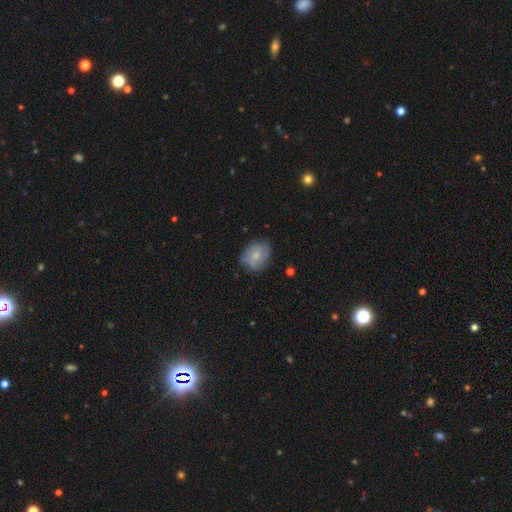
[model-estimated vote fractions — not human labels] Smooth or featured: smooth — 51% (featured or disk — 41%)
How rounded: in between — 52% (round — 47%)
Merging: none — 69% (minor disturbance — 23%)